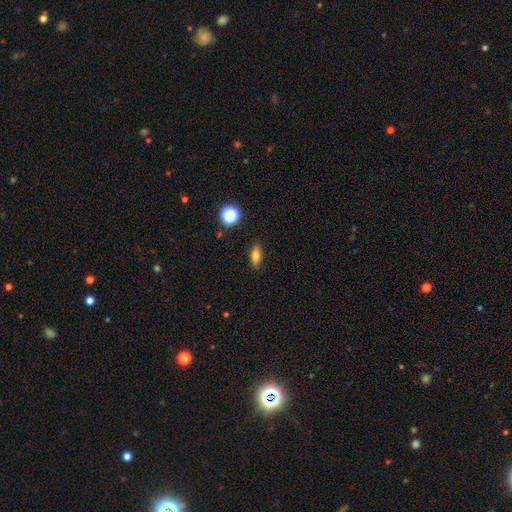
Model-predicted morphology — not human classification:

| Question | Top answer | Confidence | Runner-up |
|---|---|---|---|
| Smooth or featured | smooth | 72% | featured or disk (17%) |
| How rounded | in between | 70% | cigar-shaped (23%) |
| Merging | none | 88% | minor disturbance (9%) |